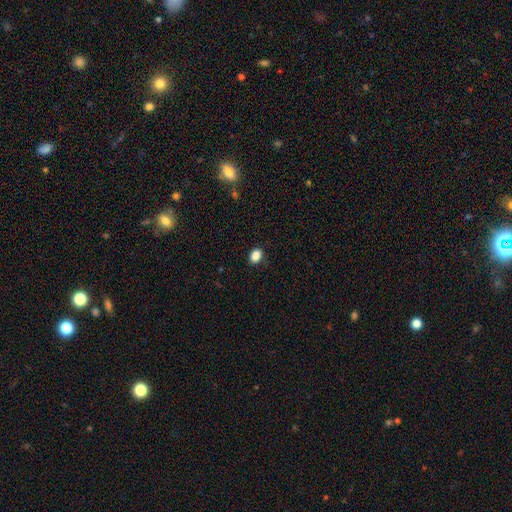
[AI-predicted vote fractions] Q: Smooth or featured?
A: smooth (87%); runner-up: star or artifact (10%)
Q: How rounded?
A: in between (67%); runner-up: round (32%)
Q: Merging?
A: none (86%); runner-up: minor disturbance (10%)